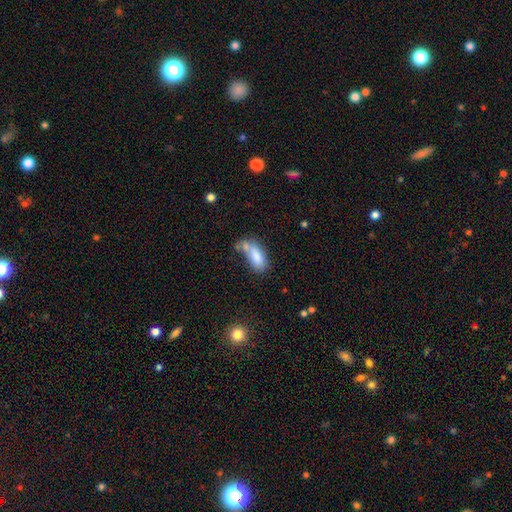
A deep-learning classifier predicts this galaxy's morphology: type=smooth (80%); roundness=in between (81%); merging=none (36%).